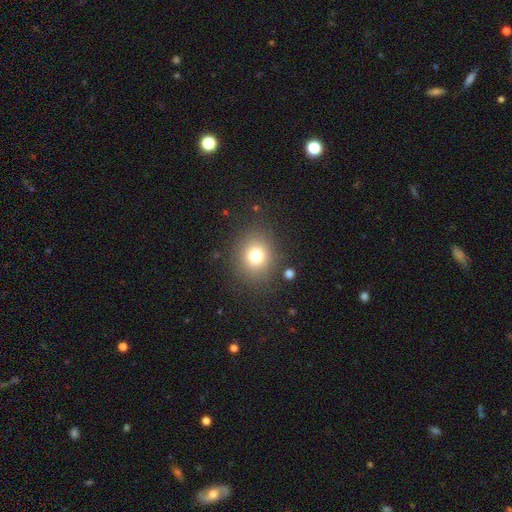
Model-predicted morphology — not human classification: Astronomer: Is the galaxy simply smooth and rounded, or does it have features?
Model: smooth — 76%.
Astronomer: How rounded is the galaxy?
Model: round — 78%.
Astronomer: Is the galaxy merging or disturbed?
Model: none — 84%.